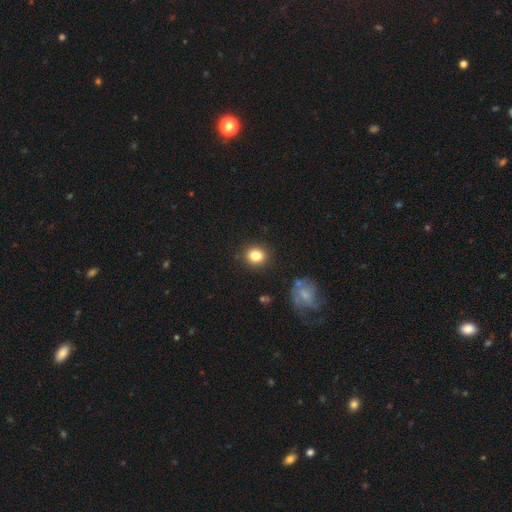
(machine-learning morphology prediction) smooth 84%, star or artifact 10%, featured or disk 6%. Down the decision tree: how rounded — round (74%); merging — none (89%).